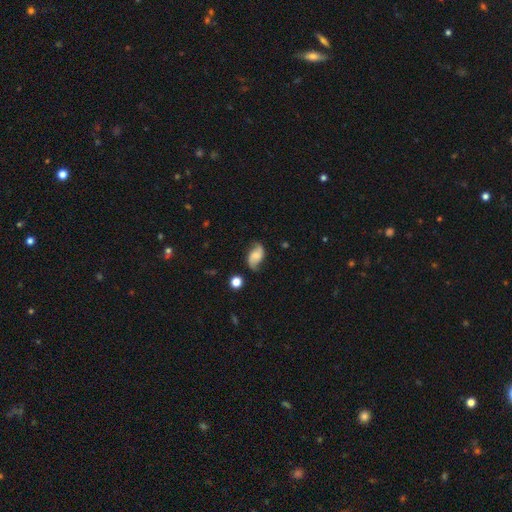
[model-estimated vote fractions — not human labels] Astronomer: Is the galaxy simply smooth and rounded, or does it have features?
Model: featured or disk — 63%.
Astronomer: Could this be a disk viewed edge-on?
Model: no — 96%.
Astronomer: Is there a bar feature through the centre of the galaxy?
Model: no — 58% (runner-up: weak, 33%).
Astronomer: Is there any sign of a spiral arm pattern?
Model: yes — 93%.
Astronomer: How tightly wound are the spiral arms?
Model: loose — 59%.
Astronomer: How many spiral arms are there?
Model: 2 — 90%.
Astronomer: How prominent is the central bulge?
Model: none — 35% (runner-up: small, 28%).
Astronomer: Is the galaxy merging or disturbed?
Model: none — 71%.